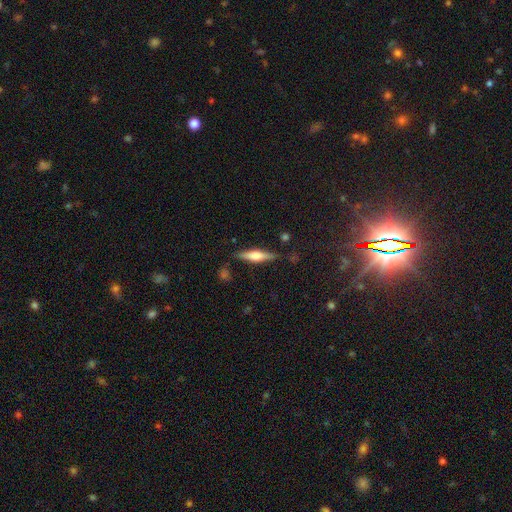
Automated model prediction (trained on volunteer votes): The model was most divided on "smooth or featured": featured or disk: 56%, smooth: 37%, star or artifact: 7%. More confident: edge-on disk — yes (96%); merging — none (83%); edge-on bulge — rounded (72%).